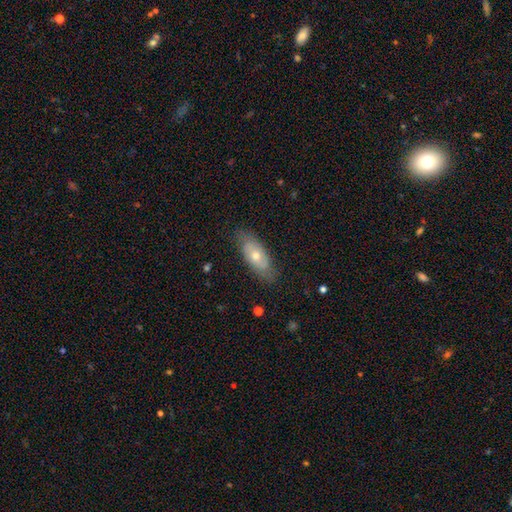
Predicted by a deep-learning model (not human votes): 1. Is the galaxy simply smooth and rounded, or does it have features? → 51% smooth, 42% featured or disk, 7% star or artifact.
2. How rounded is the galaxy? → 79% in between, 17% cigar-shaped, 3% round.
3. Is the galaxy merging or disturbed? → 80% none, 16% minor disturbance, 3% major disturbance, 1% merger.